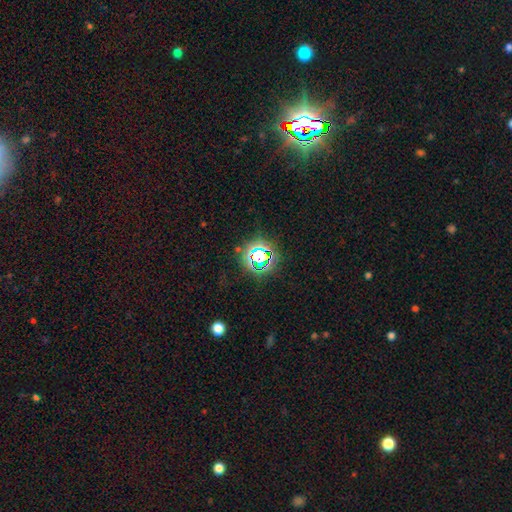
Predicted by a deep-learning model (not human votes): Smooth or featured? star or artifact (74%)